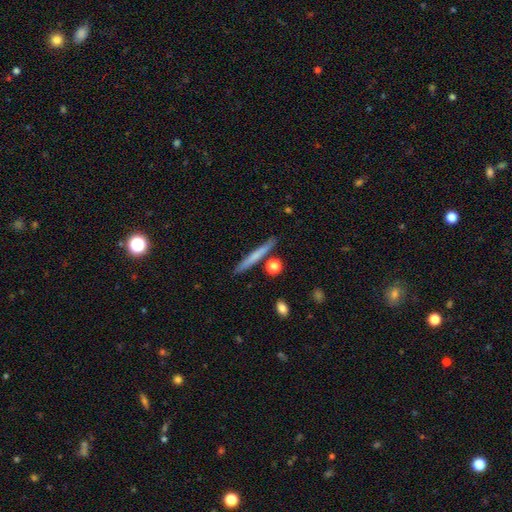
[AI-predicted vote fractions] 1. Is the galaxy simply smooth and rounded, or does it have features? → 59% smooth, 34% featured or disk, 7% star or artifact.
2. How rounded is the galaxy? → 95% cigar-shaped, 3% in between, 2% round.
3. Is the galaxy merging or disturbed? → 87% none, 8% minor disturbance, 4% merger, 2% major disturbance.